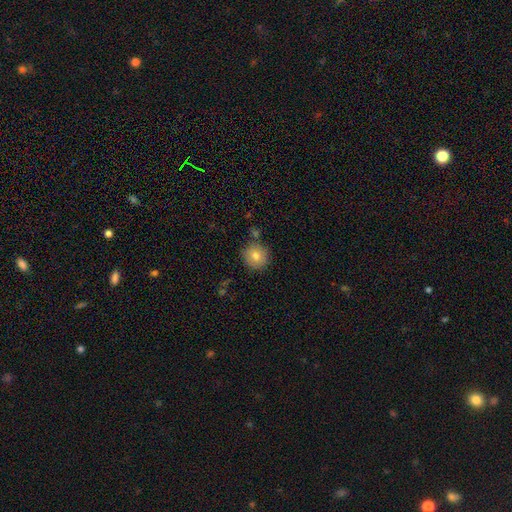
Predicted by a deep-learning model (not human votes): This is likely a smooth galaxy (78%). How rounded: clearly round (93%). Merging: clearly none (82%).